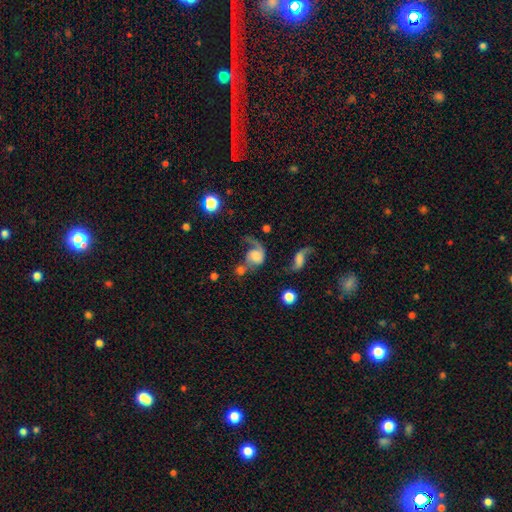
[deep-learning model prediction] Smooth or featured: featured or disk — 56% (smooth — 34%)
Edge-on disk: no — 97% (yes — 3%)
Bar: no — 71% (weak — 24%)
Spiral arms: yes — 84% (no — 16%)
Bulge size: large — 26% (tied with moderate — 26%)
Merging: major disturbance — 35% (merger — 28%)